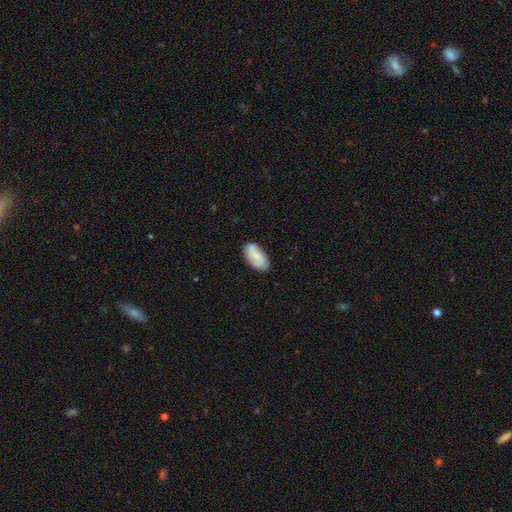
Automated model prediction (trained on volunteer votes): smooth-or-featured: smooth: 64% | featured or disk: 29% | star or artifact: 7%
  how-rounded: in between: 93% | cigar-shaped: 4% | round: 3%
  merging: none: 75% | minor disturbance: 18% | major disturbance: 4% | merger: 3%